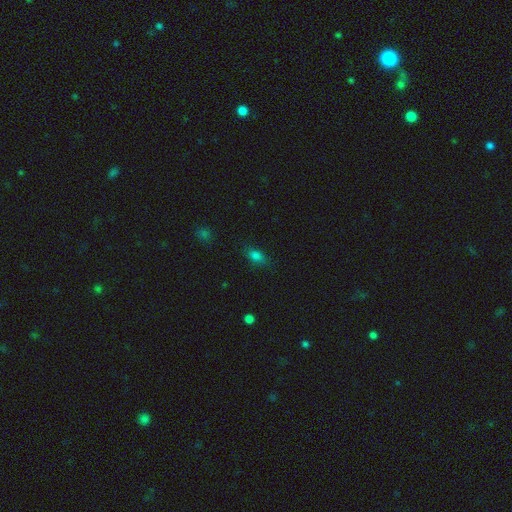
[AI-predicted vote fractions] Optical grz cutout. It shows a smooth galaxy with no disk features (77%) that is in between round and cigar-shaped (82%). Merging: none (78%).